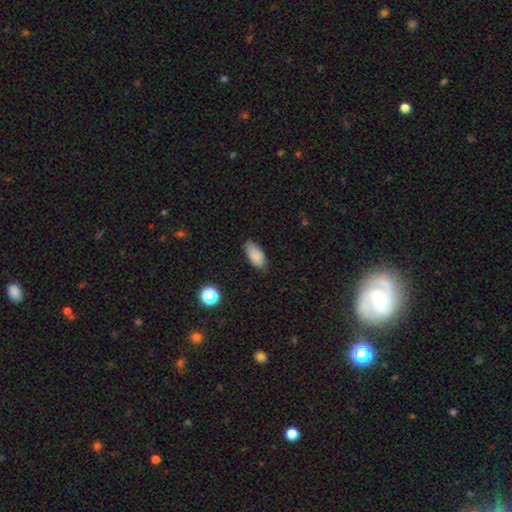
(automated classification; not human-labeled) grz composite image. It shows a smooth galaxy with no disk features (87%) that is in between round and cigar-shaped (91%). Merging: none (78%).